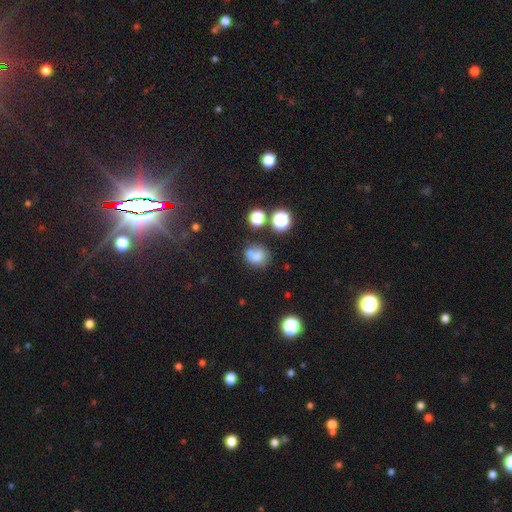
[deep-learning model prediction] Smooth or featured? smooth (69%)
How rounded? round (75%)
Merging? none (48%)